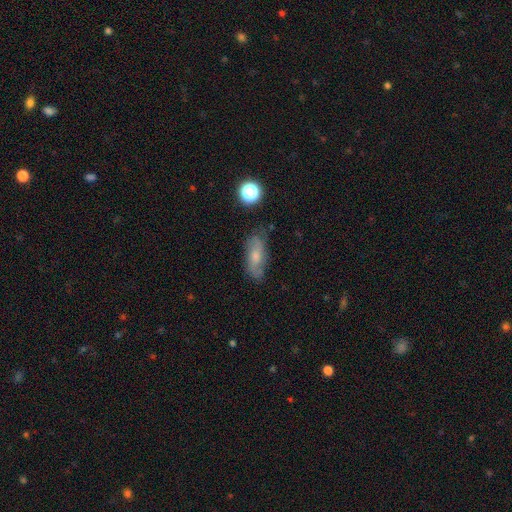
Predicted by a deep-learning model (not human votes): A smooth galaxy with no disk features (46%).

Vote fractions:
- Smooth or featured? smooth: 46% / featured or disk: 44% / star or artifact: 11%
- Merging? none: 71% / minor disturbance: 21% / major disturbance: 6% / merger: 2%